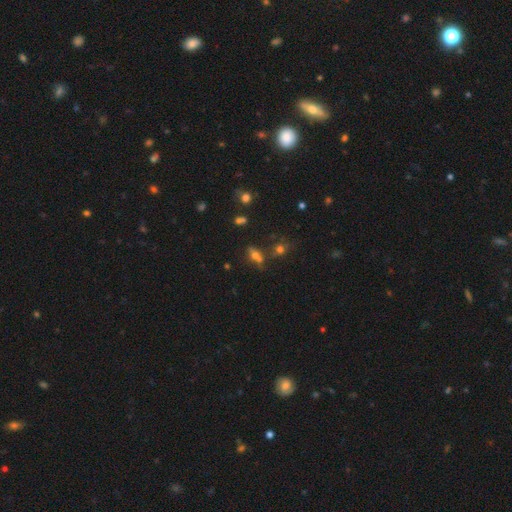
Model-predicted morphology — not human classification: A smooth galaxy with no disk features (53%) that is in between round and cigar-shaped (51%).

Vote fractions:
- Smooth or featured? smooth: 53% / star or artifact: 26% / featured or disk: 21%
- How rounded? in between: 51% / round: 39% / cigar-shaped: 9%
- Merging? none: 42% / merger: 38% / minor disturbance: 13% / major disturbance: 7%